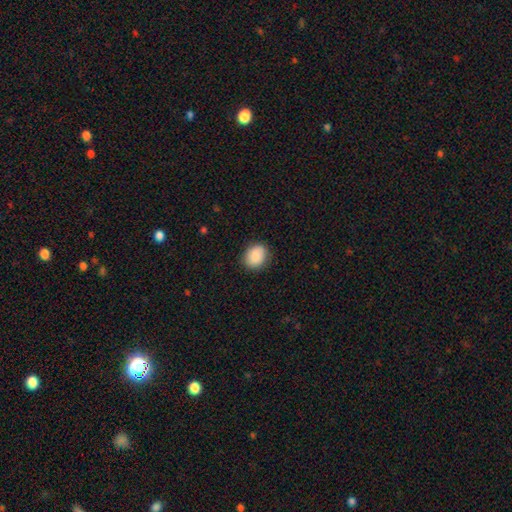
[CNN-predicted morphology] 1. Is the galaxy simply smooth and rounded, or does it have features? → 87% smooth, 7% star or artifact, 6% featured or disk.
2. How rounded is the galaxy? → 51% round, 48% in between, 1% cigar-shaped.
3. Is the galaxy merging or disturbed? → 86% none, 11% minor disturbance, 3% major disturbance, 1% merger.